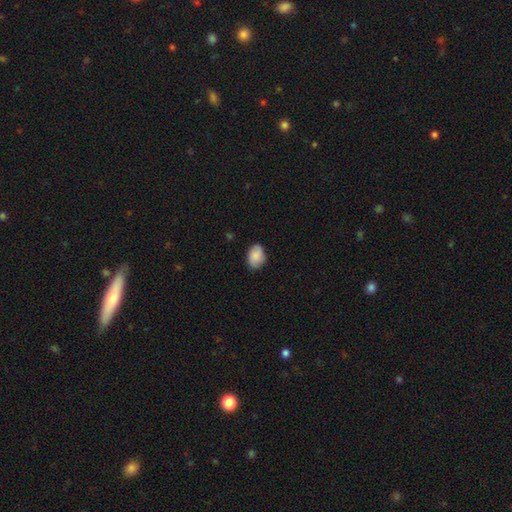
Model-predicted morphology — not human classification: Smooth or featured?
  - smooth: 82% *
  - featured or disk: 10%
  - star or artifact: 7%
How rounded?
  - in between: 75% *
  - round: 24%
  - cigar-shaped: 1%
Merging?
  - none: 78% *
  - minor disturbance: 18%
  - major disturbance: 3%
  - merger: 1%